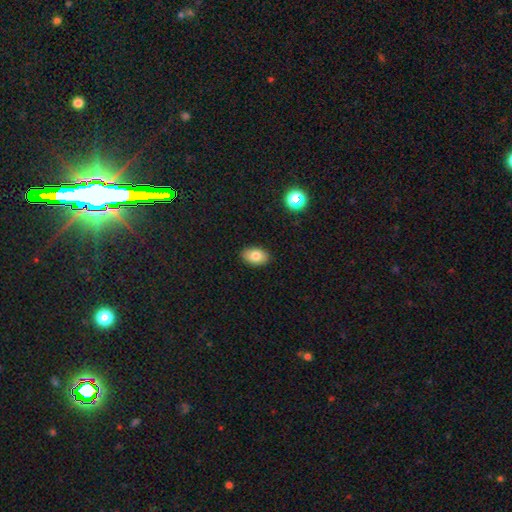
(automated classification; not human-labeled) Overall: smooth (81%). How rounded: in between (89%). Merging: none (89%).